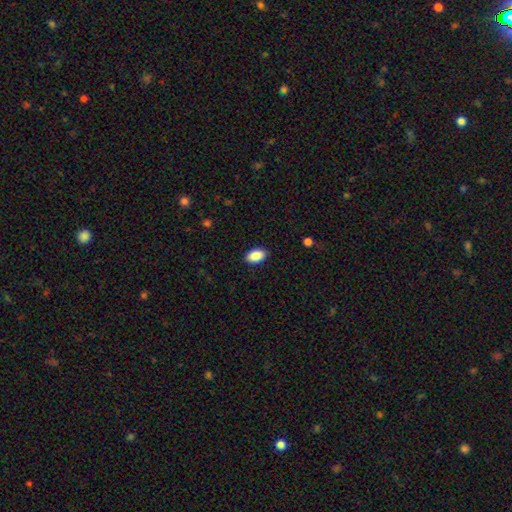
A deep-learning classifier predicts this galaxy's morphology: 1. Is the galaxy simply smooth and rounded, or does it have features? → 89% smooth, 7% star or artifact, 4% featured or disk.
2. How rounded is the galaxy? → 93% in between, 6% round, 2% cigar-shaped.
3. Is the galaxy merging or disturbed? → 89% none, 8% minor disturbance, 2% major disturbance, 1% merger.